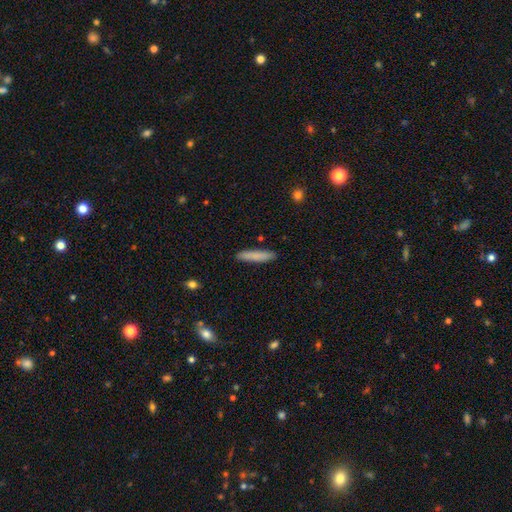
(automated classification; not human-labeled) Morphology: type=smooth (82%); roundness=cigar-shaped (89%); merging=none (89%).